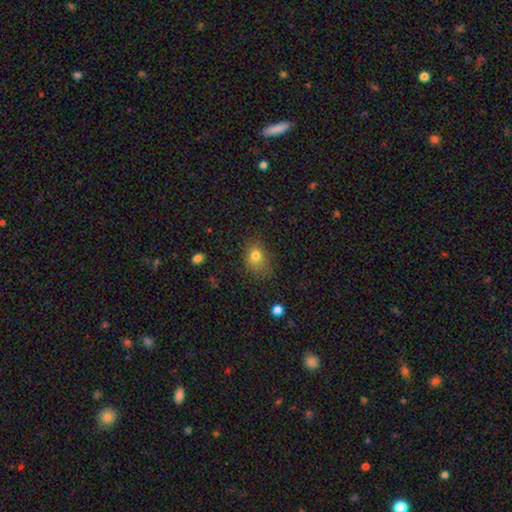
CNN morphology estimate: Smooth or featured? Predicted: smooth (p=0.77). How rounded? Predicted: in between (p=0.59). Merging? Predicted: none (p=0.63).